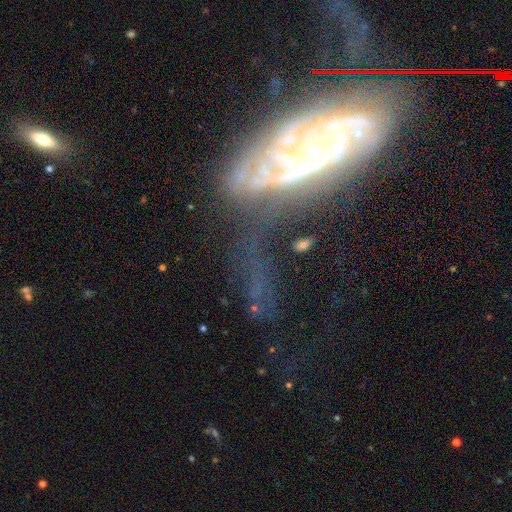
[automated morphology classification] Smooth or featured? Predicted: featured or disk (p=0.78). Edge-on disk? Predicted: no (p=0.87). Bar? Predicted: no (p=0.68). Spiral arms? Predicted: yes (p=0.87). Spiral winding? Predicted: tight (p=0.63). Spiral arm count? Predicted: can't tell (p=0.34). Bulge size? Predicted: small (p=0.76). Merging? Predicted: none (p=0.45).